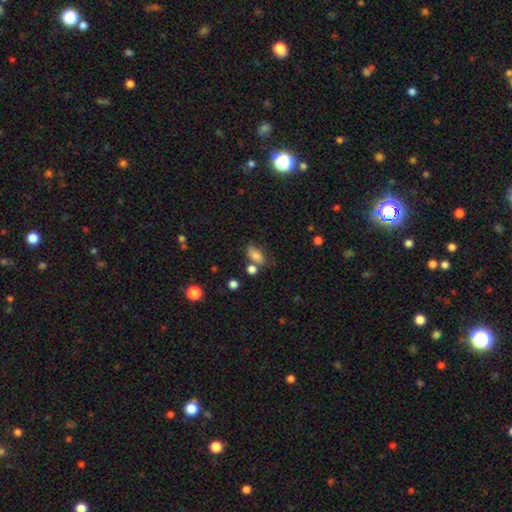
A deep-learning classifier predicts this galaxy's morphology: The model was most divided on "merging": none: 53%, minor disturbance: 21%, merger: 19%, major disturbance: 7%. More confident: how rounded — in between (85%); smooth or featured — smooth (78%).